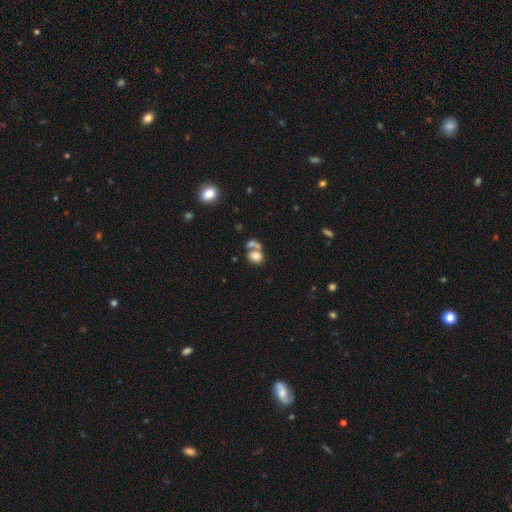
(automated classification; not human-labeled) smooth 74%, featured or disk 15%, star or artifact 11%. Down the decision tree: how rounded — in between (56%); merging — merger (51%).